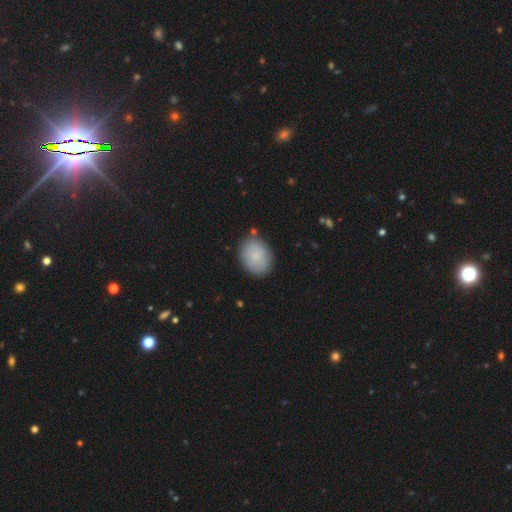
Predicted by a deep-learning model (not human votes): smooth-or-featured: smooth: 82% | featured or disk: 11% | star or artifact: 7%
  how-rounded: in between: 63% | round: 36% | cigar-shaped: 1%
  merging: none: 81% | minor disturbance: 13% | major disturbance: 3% | merger: 3%